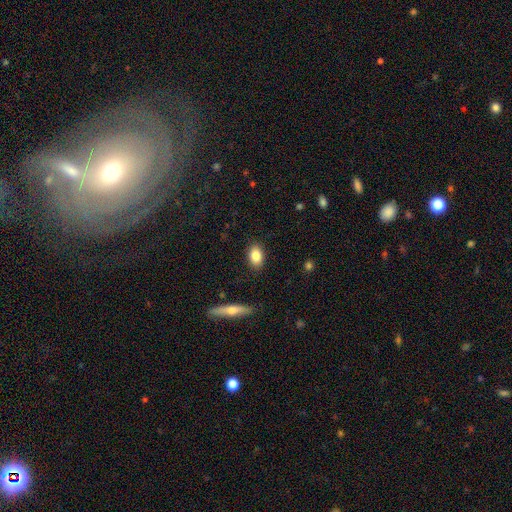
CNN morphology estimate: Smooth or featured?
  - smooth: 85% *
  - featured or disk: 8%
  - star or artifact: 7%
How rounded?
  - in between: 86% *
  - round: 11%
  - cigar-shaped: 3%
Merging?
  - none: 88% *
  - minor disturbance: 9%
  - major disturbance: 2%
  - merger: 1%